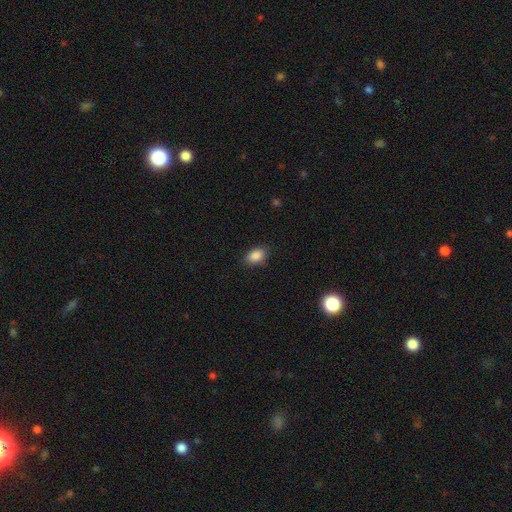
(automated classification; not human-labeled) Overall: smooth (87%). How rounded: in between (86%). Merging: none (86%).